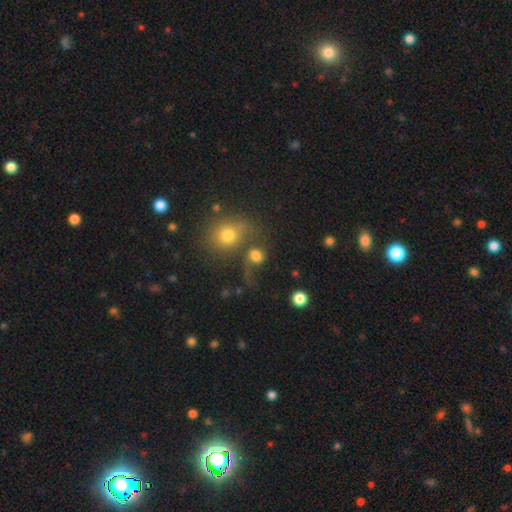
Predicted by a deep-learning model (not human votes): Smooth or featured? smooth (68%)
How rounded? round (66%)
Merging? none (35%)